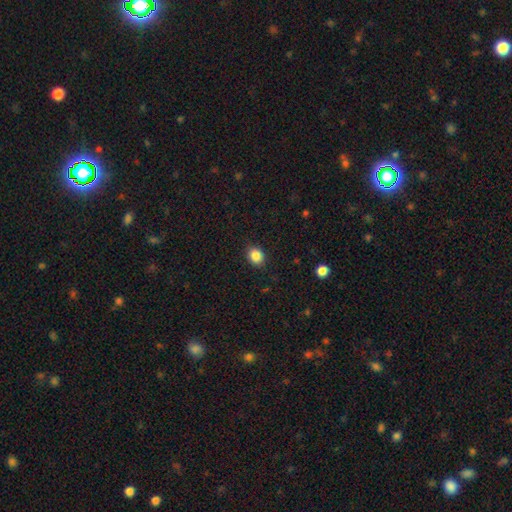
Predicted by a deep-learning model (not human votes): smooth 86%, star or artifact 10%, featured or disk 4%. Down the decision tree: how rounded — round (58%); merging — none (89%).